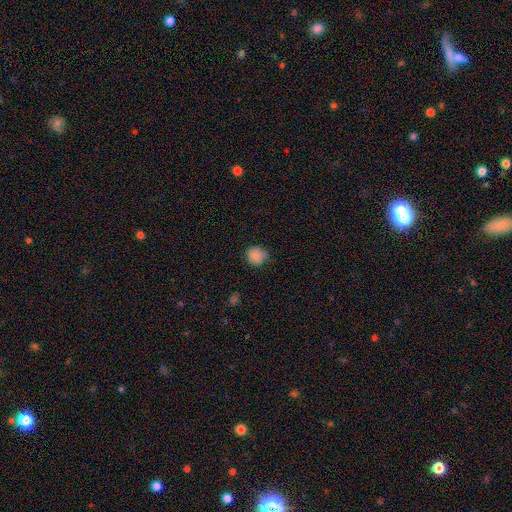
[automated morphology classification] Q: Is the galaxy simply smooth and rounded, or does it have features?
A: smooth — 86%.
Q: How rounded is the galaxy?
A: round — 84%.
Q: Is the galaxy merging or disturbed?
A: none — 72%.